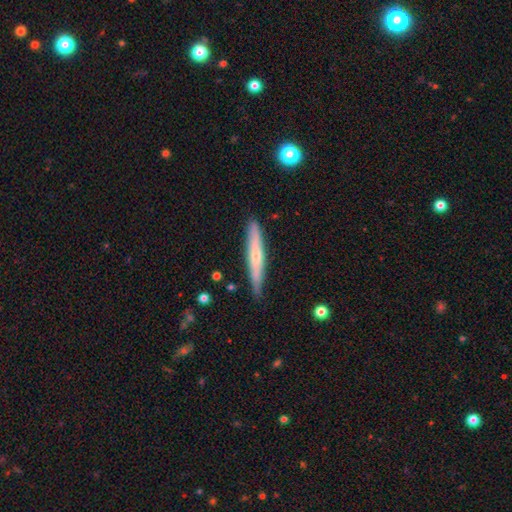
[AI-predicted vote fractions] Smooth or featured? smooth (48%)
Merging? none (86%)